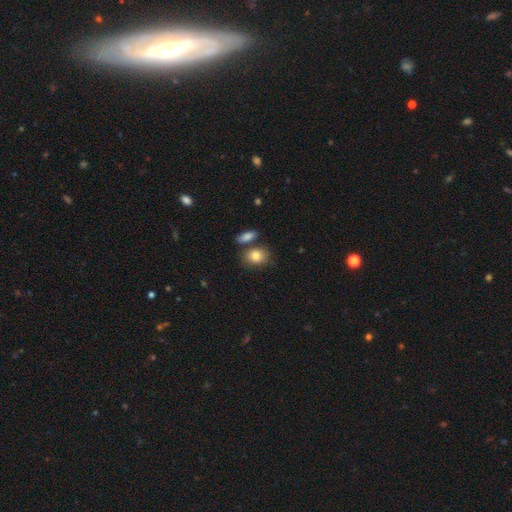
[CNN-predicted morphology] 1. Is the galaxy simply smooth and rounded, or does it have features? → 82% smooth, 10% featured or disk, 8% star or artifact.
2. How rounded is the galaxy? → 60% in between, 38% round, 2% cigar-shaped.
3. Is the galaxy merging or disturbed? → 66% none, 17% merger, 14% minor disturbance, 4% major disturbance.